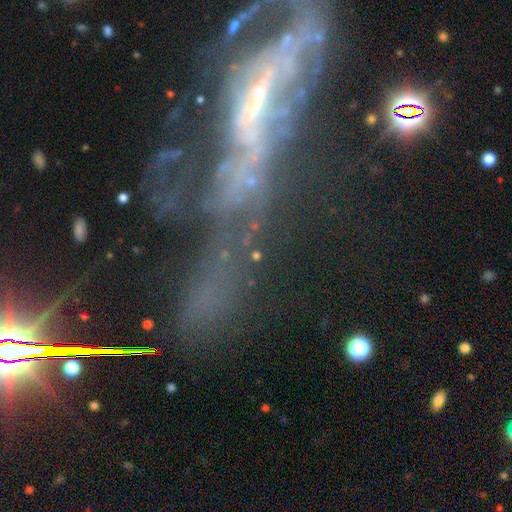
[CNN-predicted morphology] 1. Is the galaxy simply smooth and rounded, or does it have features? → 50% featured or disk, 30% star or artifact, 19% smooth.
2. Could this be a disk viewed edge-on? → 64% no, 36% yes.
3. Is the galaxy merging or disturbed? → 39% major disturbance, 28% none, 20% merger, 13% minor disturbance.